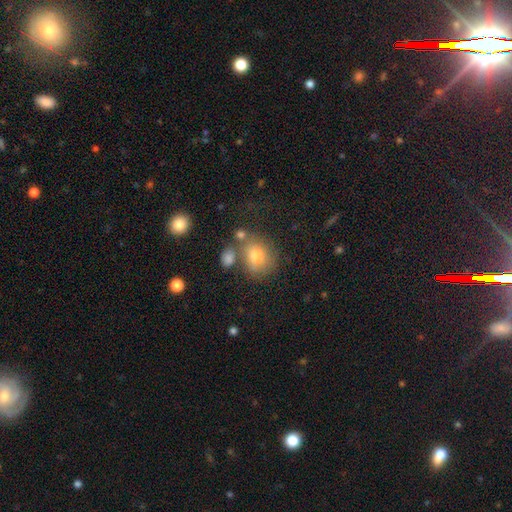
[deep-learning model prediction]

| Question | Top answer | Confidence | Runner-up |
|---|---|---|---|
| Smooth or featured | smooth | 75% | featured or disk (13%) |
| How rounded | round | 61% | in between (38%) |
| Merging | none | 56% | minor disturbance (18%) |